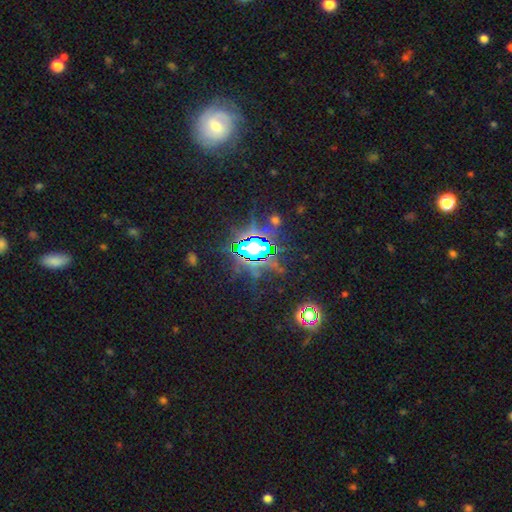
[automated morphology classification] A star or artifact, not a galaxy (81%).

Vote fractions:
- Smooth or featured? star or artifact: 81% / smooth: 10% / featured or disk: 9%